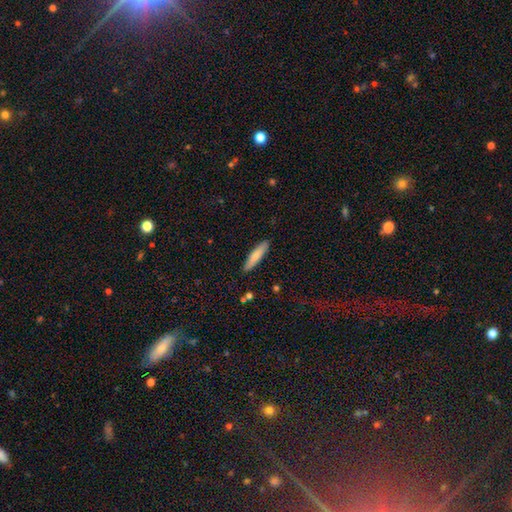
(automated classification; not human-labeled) smooth-or-featured: smooth: 78% | featured or disk: 16% | star or artifact: 6%
  how-rounded: cigar-shaped: 83% | in between: 15% | round: 1%
  merging: none: 89% | minor disturbance: 8% | major disturbance: 2% | merger: 1%